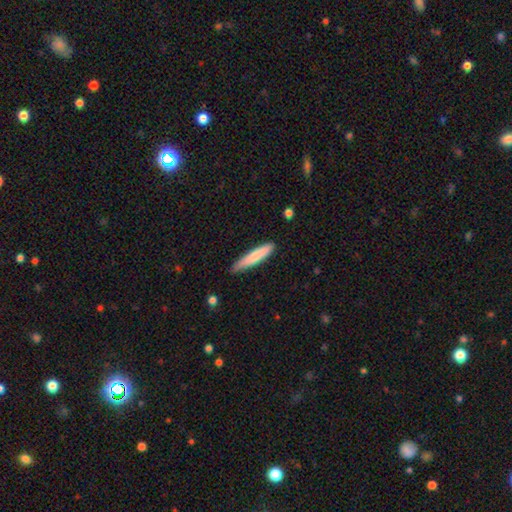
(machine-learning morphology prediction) smooth_or_featured: smooth (p=0.77) [alt: featured or disk p=0.18]
how_rounded: cigar-shaped (p=0.89) [alt: in between p=0.10]
merging: none (p=0.78) [alt: minor disturbance p=0.18]